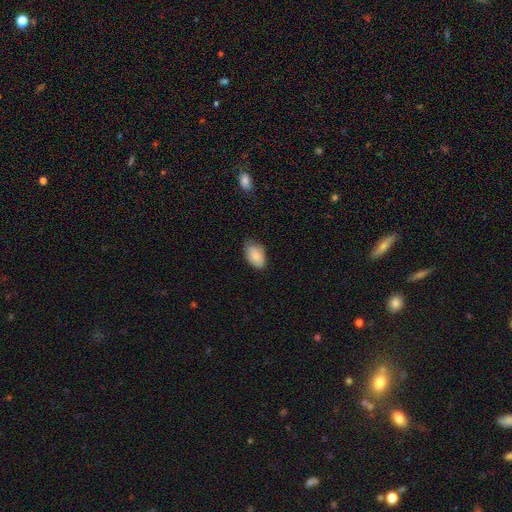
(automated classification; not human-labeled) Overall: smooth (84%). How rounded: in between (92%). Merging: none (73%).